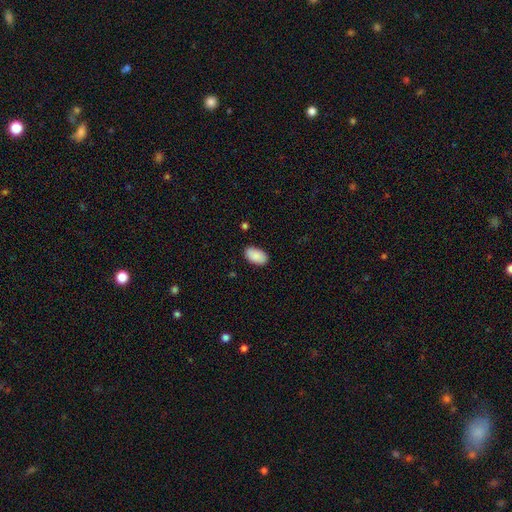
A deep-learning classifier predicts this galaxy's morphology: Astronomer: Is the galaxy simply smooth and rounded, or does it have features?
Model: smooth — 90%.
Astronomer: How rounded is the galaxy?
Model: in between — 95%.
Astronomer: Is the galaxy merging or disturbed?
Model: none — 85%.